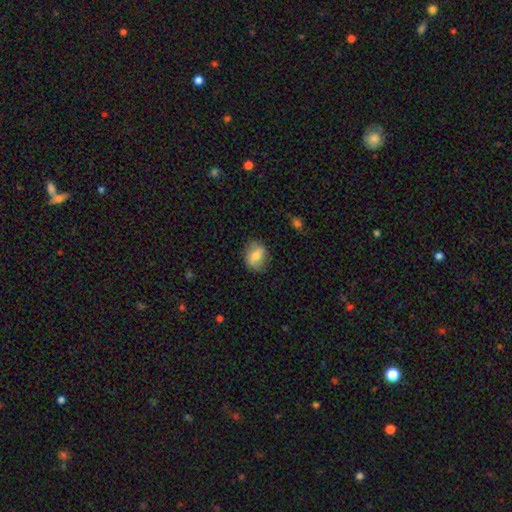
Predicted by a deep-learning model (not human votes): smooth_or_featured: smooth (p=0.67) [alt: featured or disk p=0.25]
how_rounded: in between (p=0.52) [alt: round p=0.46]
merging: none (p=0.78) [alt: minor disturbance p=0.16]